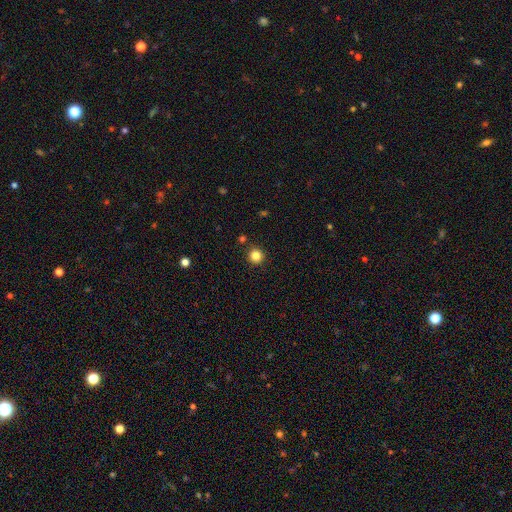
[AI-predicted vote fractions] smooth_or_featured: smooth (p=0.84) [alt: star or artifact p=0.12]
how_rounded: round (p=0.94) [alt: in between p=0.05]
merging: none (p=0.89) [alt: minor disturbance p=0.06]